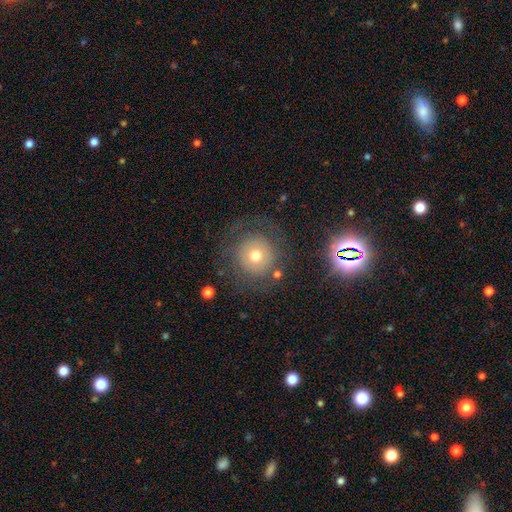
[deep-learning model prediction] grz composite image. It shows a smooth galaxy with no disk features (57%) that is round (93%). Merging: none (72%).